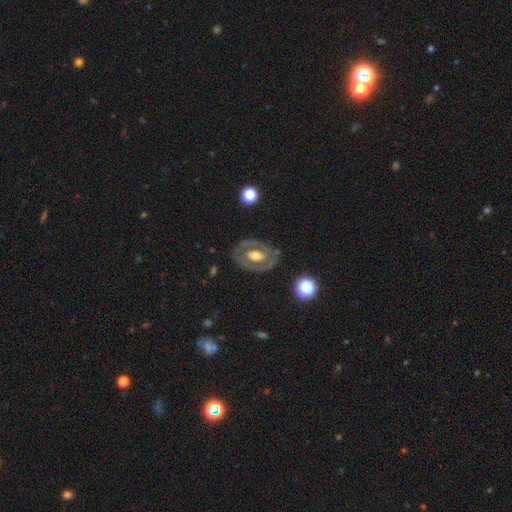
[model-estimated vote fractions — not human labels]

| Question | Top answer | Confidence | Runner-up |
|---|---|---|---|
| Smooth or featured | featured or disk | 69% | smooth (26%) |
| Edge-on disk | no | 94% | yes (6%) |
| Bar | no | 54% | weak (29%) |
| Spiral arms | no | 61% | yes (39%) |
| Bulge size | moderate | 58% | large (27%) |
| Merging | none | 77% | minor disturbance (14%) |